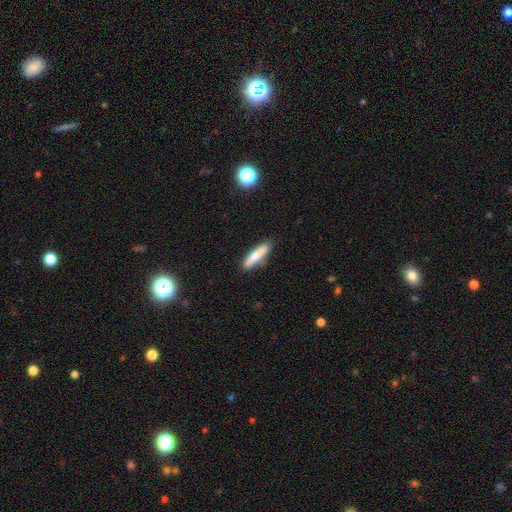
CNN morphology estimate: Q: Smooth or featured?
A: smooth (73%); runner-up: featured or disk (21%)
Q: How rounded?
A: cigar-shaped (77%); runner-up: in between (21%)
Q: Merging?
A: none (83%); runner-up: minor disturbance (13%)